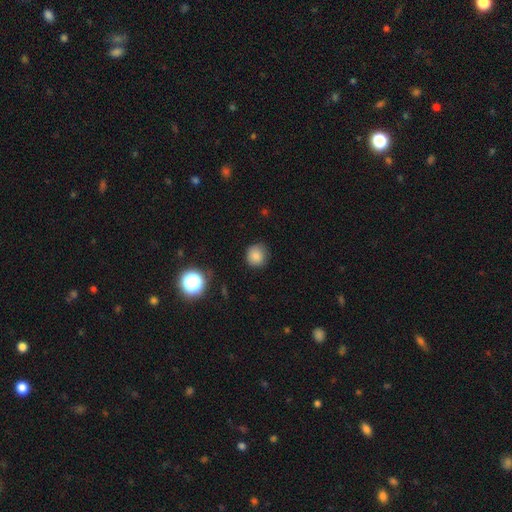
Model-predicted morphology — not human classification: This appears to be a smooth galaxy with no disk features (83%) that is round (89%). Merging: none (81%).